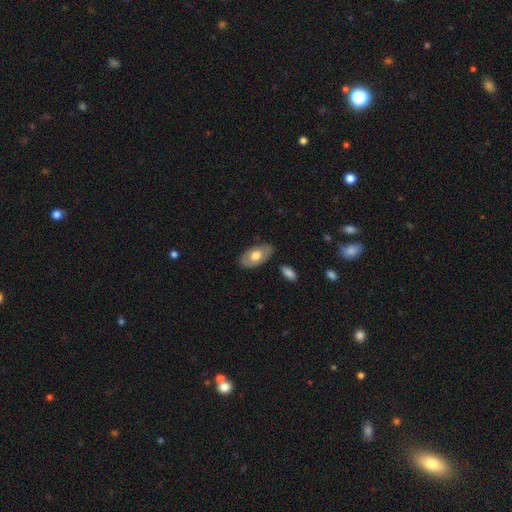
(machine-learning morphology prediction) type=smooth (60%); roundness=in between (94%); merging=none (80%).